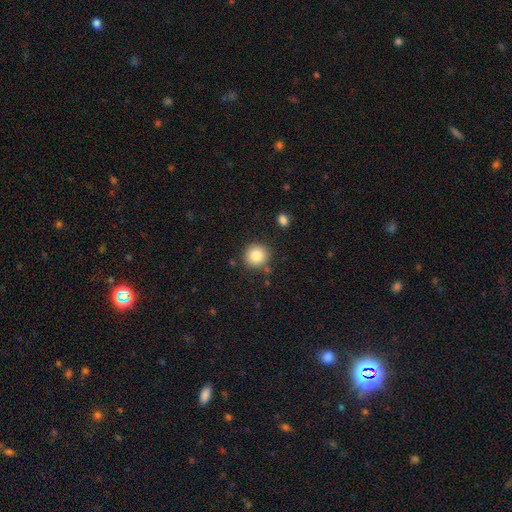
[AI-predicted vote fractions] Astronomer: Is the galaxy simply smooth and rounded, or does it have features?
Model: smooth — 84%.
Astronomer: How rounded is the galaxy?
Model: round — 91%.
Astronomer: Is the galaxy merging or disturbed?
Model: none — 84%.